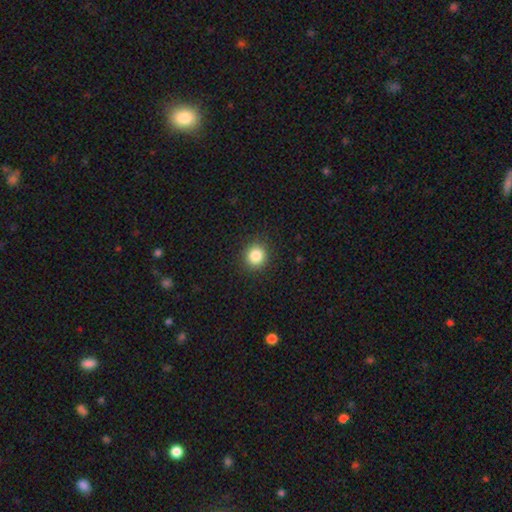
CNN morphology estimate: smooth_or_featured: smooth (p=0.85) [alt: star or artifact p=0.11]
how_rounded: round (p=0.89) [alt: in between p=0.10]
merging: none (p=0.91) [alt: minor disturbance p=0.06]